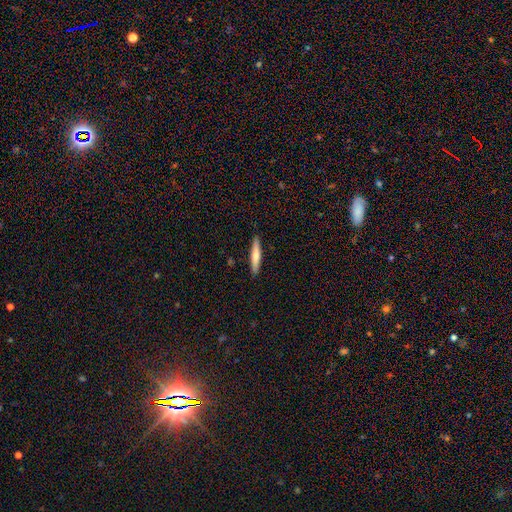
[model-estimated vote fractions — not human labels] A smooth galaxy with no disk features (65%) that is cigar-shaped (91%).

Vote fractions:
- Smooth or featured? smooth: 65% / featured or disk: 30% / star or artifact: 5%
- How rounded? cigar-shaped: 91% / in between: 7% / round: 1%
- Merging? none: 91% / minor disturbance: 7% / major disturbance: 1% / merger: 1%